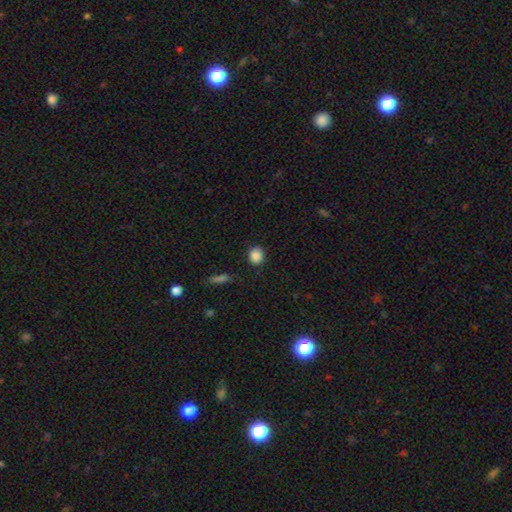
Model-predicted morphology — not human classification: This is clearly a smooth galaxy (87%). How rounded: likely round (77%). Merging: clearly none (86%).